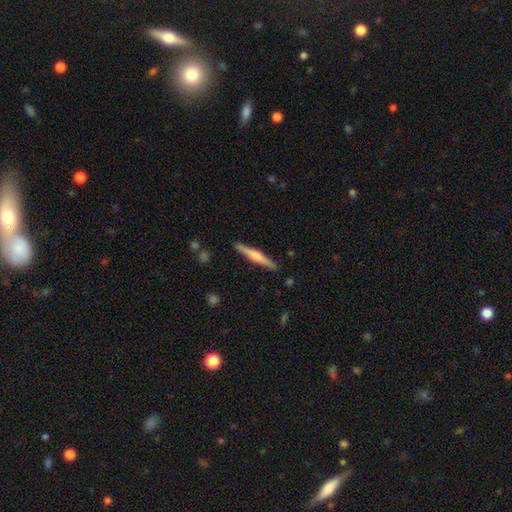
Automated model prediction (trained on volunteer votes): Smooth or featured? featured or disk (64%)
Edge-on disk? yes (98%)
Edge-on bulge? rounded (79%)
Merging? none (91%)